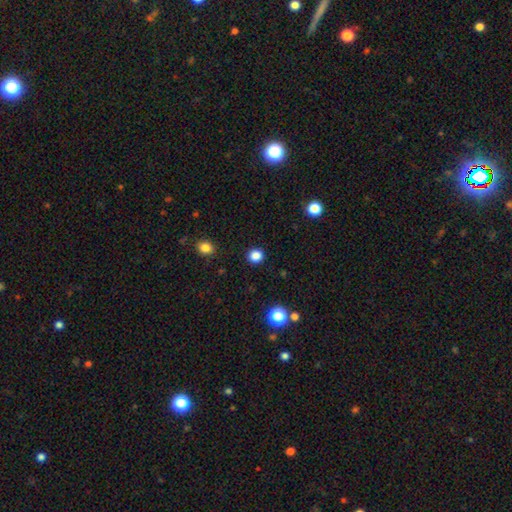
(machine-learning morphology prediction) The model was most divided on "smooth or featured": smooth: 84%, star or artifact: 13%, featured or disk: 3%. More confident: merging — none (91%); how rounded — round (89%).